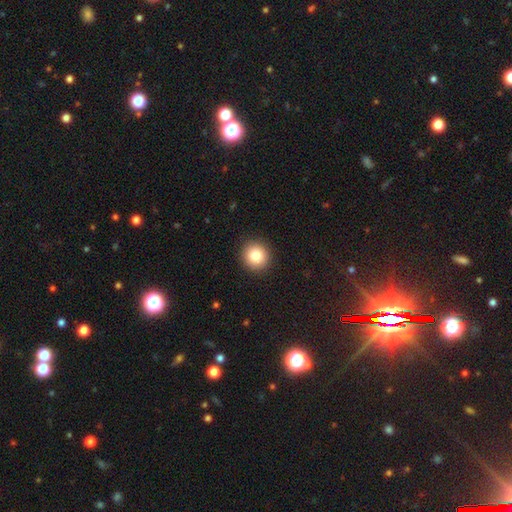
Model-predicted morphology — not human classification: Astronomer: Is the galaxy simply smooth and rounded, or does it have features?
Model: smooth — 84%.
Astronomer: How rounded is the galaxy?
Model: round — 92%.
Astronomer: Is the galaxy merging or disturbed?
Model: none — 92%.